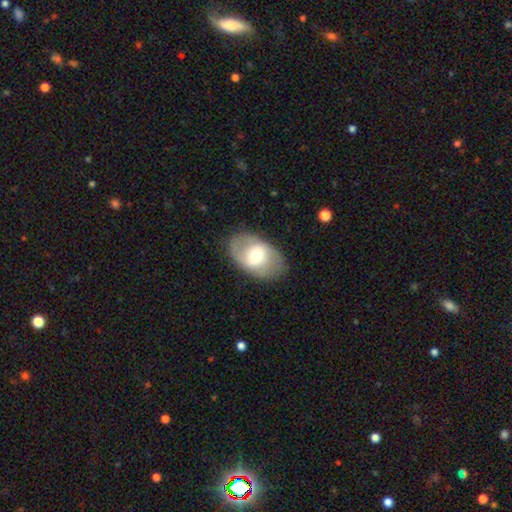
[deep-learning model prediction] smooth-or-featured: smooth: 48% | featured or disk: 45% | star or artifact: 7%
  merging: none: 80% | minor disturbance: 13% | major disturbance: 5% | merger: 1%